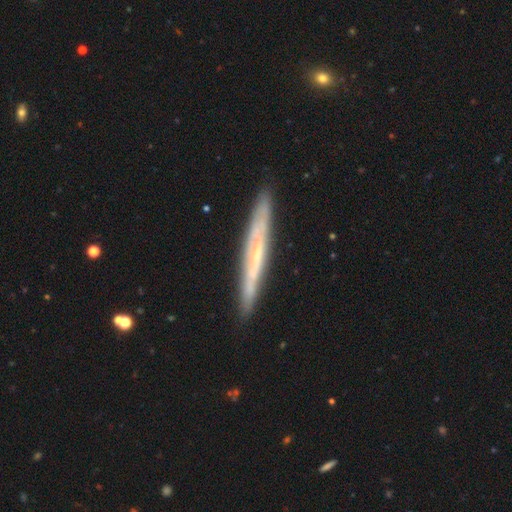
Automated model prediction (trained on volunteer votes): A featured or disk galaxy (66%) viewed edge-on (88%) with no central bulge (70%). Merging: none (87%).